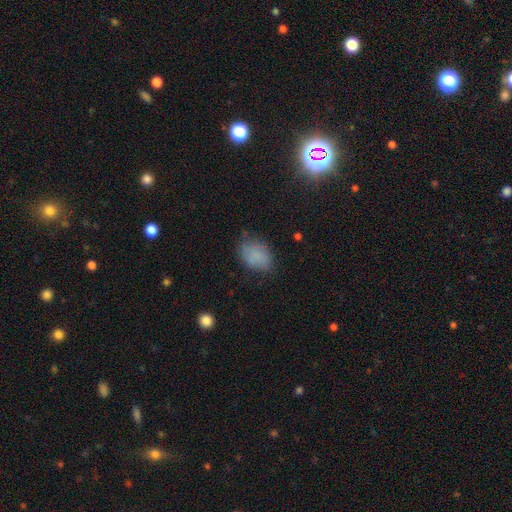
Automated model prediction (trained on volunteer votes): This is clearly a smooth galaxy (80%). How rounded: likely in between (76%). Merging: likely none (64%).